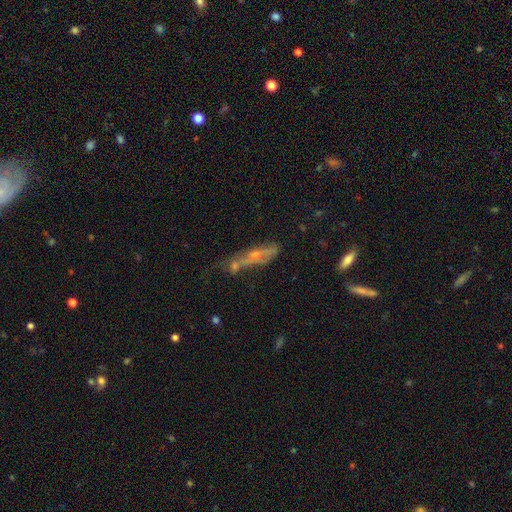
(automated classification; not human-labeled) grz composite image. It shows a featured or disk galaxy (48%). Merging: none (36%).